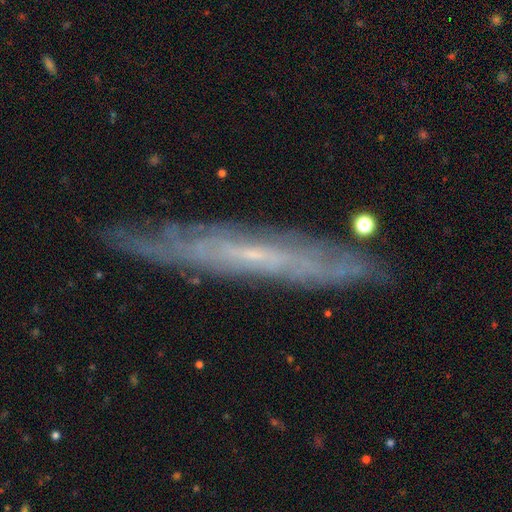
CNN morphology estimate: Q: Smooth or featured?
A: featured or disk (73%); runner-up: smooth (19%)
Q: Edge-on disk?
A: yes (69%); runner-up: no (31%)
Q: Edge-on bulge?
A: none (72%); runner-up: rounded (25%)
Q: Merging?
A: none (82%); runner-up: minor disturbance (14%)